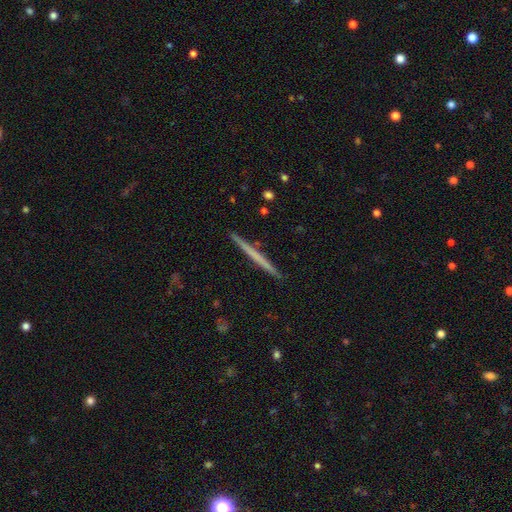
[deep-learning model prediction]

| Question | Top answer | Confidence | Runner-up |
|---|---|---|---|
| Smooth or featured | featured or disk | 48% | smooth (47%) |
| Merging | none | 92% | minor disturbance (5%) |